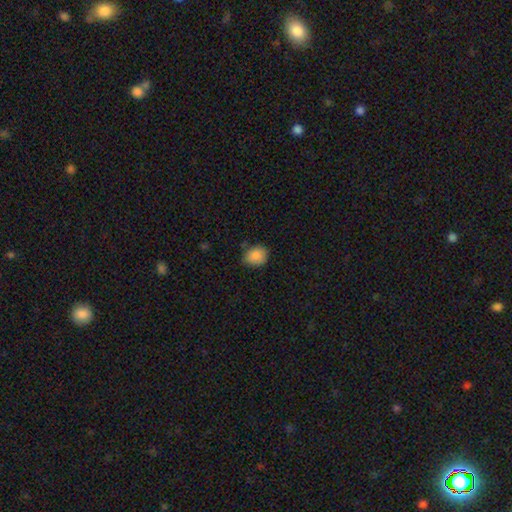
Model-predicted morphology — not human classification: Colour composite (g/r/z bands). It shows a smooth galaxy with no disk features (88%) that is round (52%). Merging: none (75%).